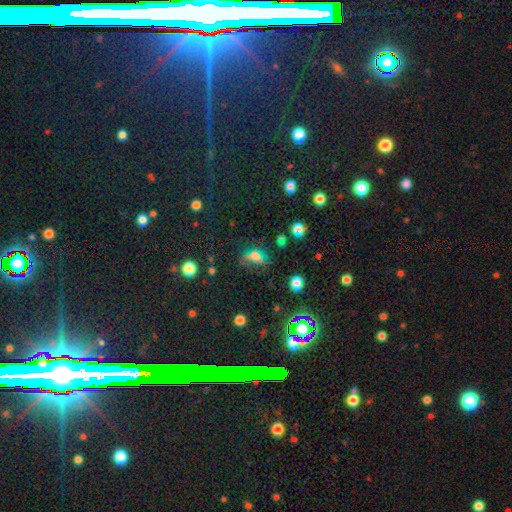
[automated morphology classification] smooth 48%, star or artifact 35%, featured or disk 17%. Down the decision tree: merging — none (55%).